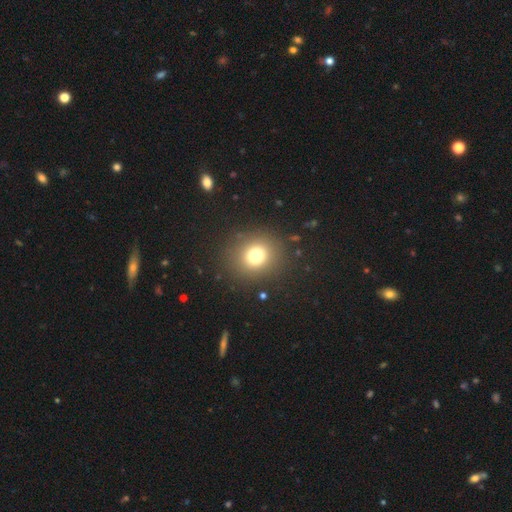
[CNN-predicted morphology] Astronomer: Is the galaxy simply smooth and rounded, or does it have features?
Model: smooth — 76%.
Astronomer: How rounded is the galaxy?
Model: round — 86%.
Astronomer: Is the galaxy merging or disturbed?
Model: none — 89%.